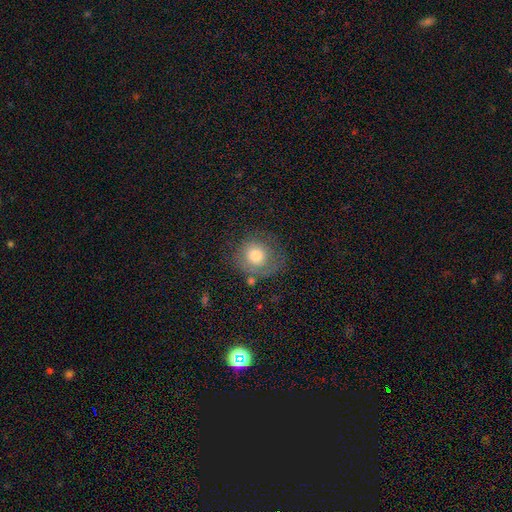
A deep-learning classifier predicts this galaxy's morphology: smooth_or_featured: smooth (p=0.73) [alt: featured or disk p=0.18]
how_rounded: round (p=0.87) [alt: in between p=0.12]
merging: none (p=0.65) [alt: minor disturbance p=0.20]